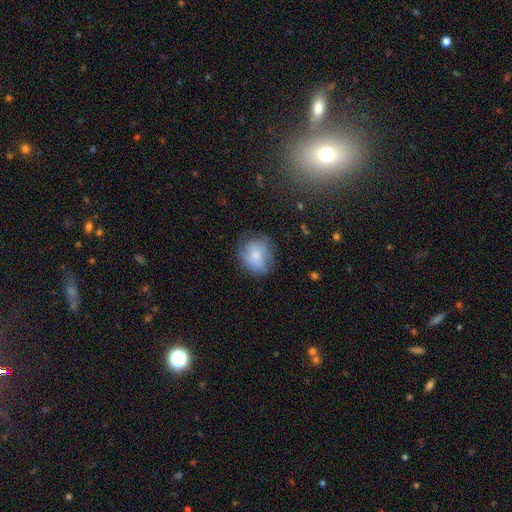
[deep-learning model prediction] smooth-or-featured: smooth: 57% | featured or disk: 35% | star or artifact: 8%
  how-rounded: round: 68% | in between: 31% | cigar-shaped: 1%
  merging: none: 62% | minor disturbance: 25% | major disturbance: 12% | merger: 2%